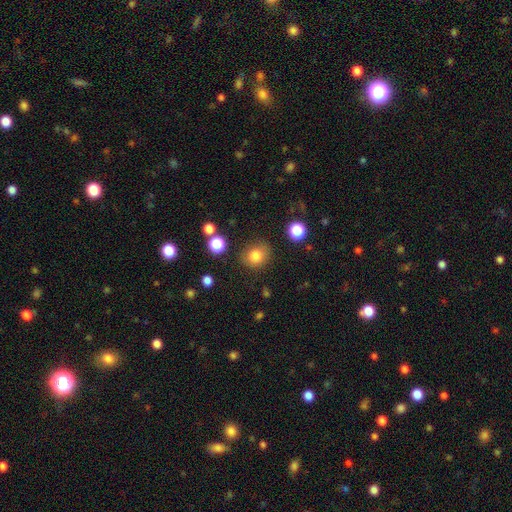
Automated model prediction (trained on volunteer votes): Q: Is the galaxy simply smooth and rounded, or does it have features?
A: smooth — 81%.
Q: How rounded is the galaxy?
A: round — 77%.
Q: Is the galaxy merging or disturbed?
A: none — 81%.